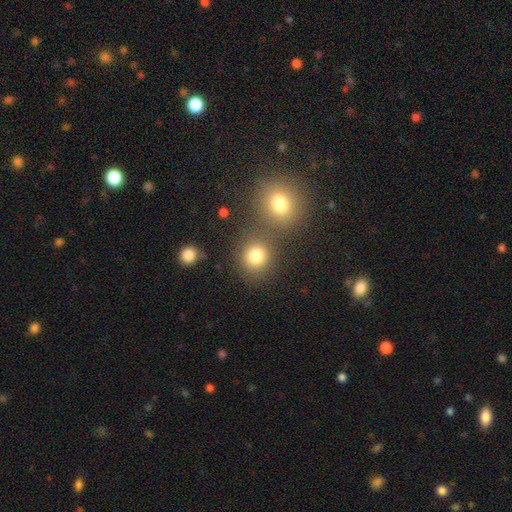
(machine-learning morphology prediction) A smooth galaxy with no disk features (81%) that is round (84%). Merging: none (67%).